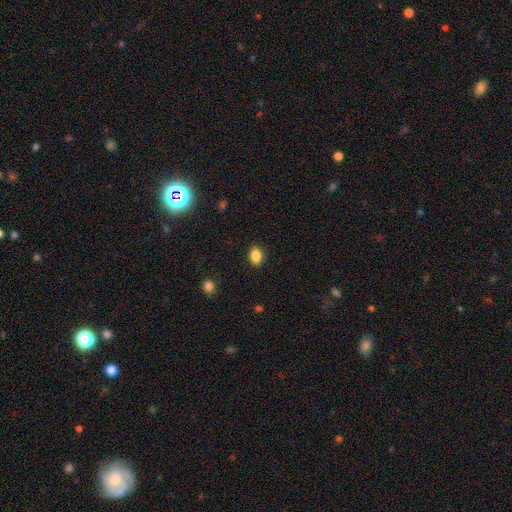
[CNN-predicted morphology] Overall: smooth (86%). How rounded: in between (72%). Merging: none (88%).